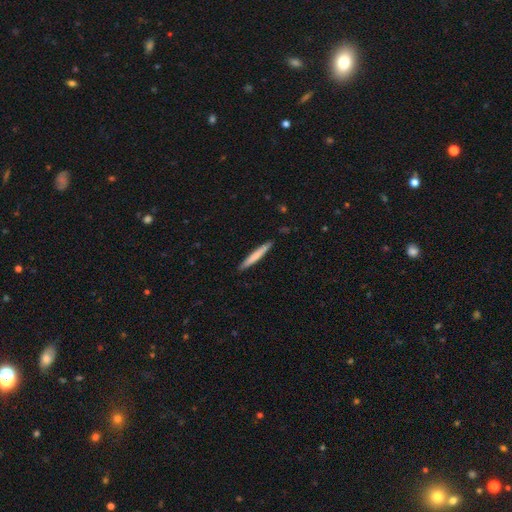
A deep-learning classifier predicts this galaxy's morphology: Smooth or featured? Predicted: smooth (p=0.70). How rounded? Predicted: cigar-shaped (p=0.96). Merging? Predicted: none (p=0.90).